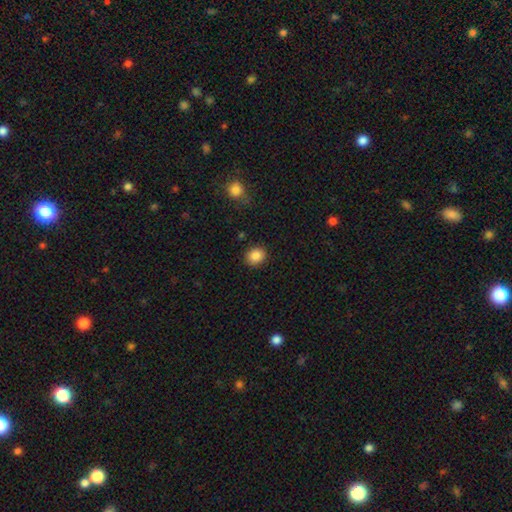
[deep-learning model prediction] Overall: smooth (86%). How rounded: round (68%; in between 31%). Merging: none (88%).